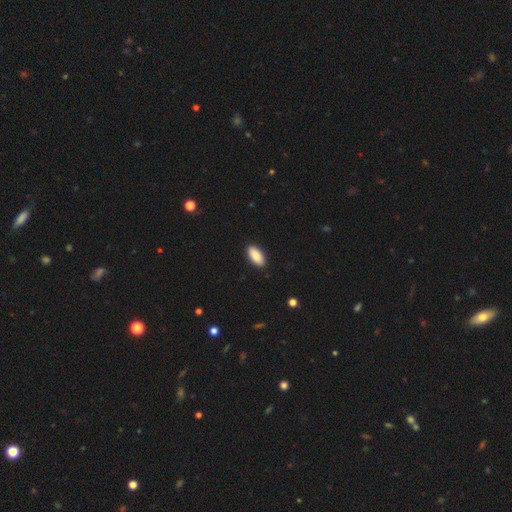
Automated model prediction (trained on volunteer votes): Smooth or featured: smooth — 89% (star or artifact — 6%)
How rounded: in between — 92% (cigar-shaped — 6%)
Merging: none — 90% (minor disturbance — 7%)